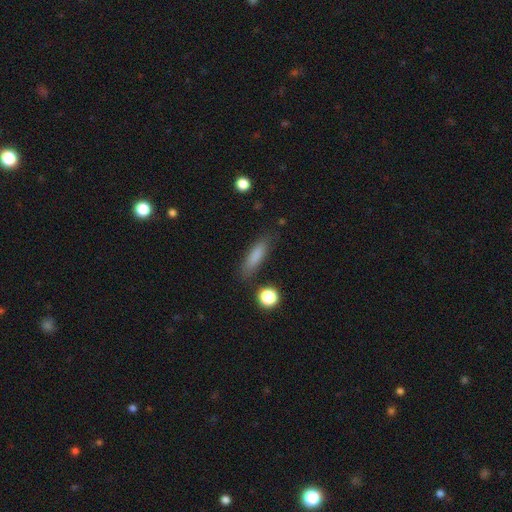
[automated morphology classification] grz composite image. It shows a smooth galaxy with no disk features (82%) that is cigar-shaped (64%). Merging: none (81%).